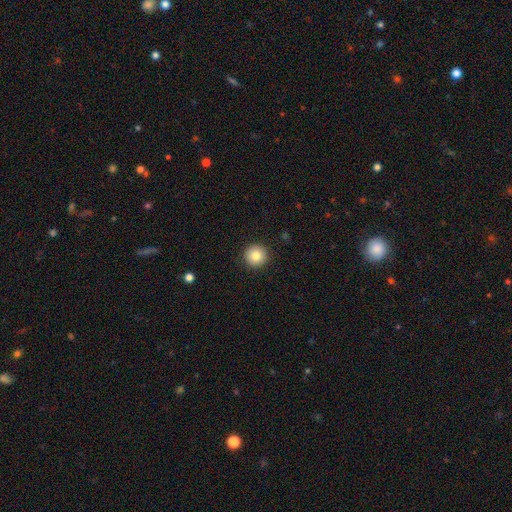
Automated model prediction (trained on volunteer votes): This is clearly a smooth galaxy (82%). How rounded: clearly round (96%). Merging: clearly none (92%).